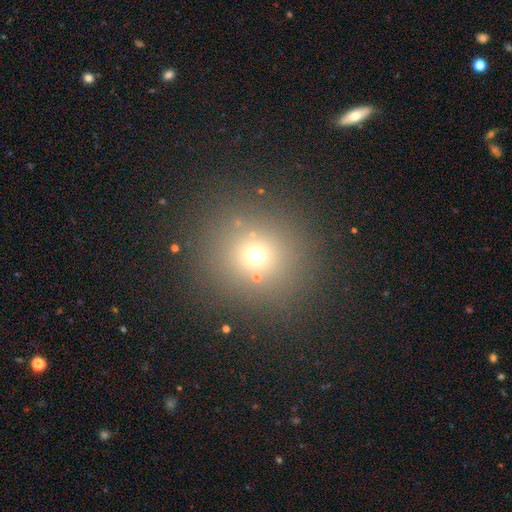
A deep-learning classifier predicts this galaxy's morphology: A smooth galaxy with no disk features (64%) that is round (92%).

Vote fractions:
- Smooth or featured? smooth: 64% / star or artifact: 27% / featured or disk: 10%
- How rounded? round: 92% / in between: 7% / cigar-shaped: 1%
- Merging? none: 84% / minor disturbance: 7% / merger: 5% / major disturbance: 3%